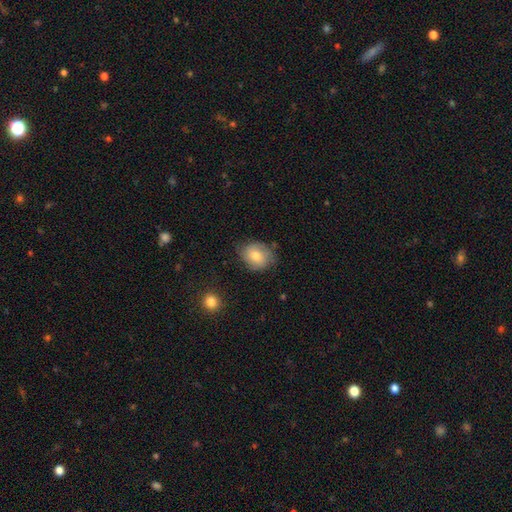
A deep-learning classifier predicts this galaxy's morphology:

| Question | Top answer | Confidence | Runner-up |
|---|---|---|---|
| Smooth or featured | smooth | 64% | featured or disk (28%) |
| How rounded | round | 50% | in between (49%) |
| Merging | none | 68% | minor disturbance (24%) |